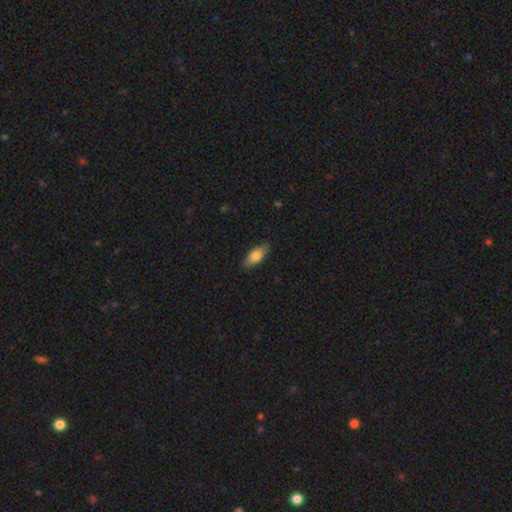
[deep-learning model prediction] A smooth galaxy with no disk features (78%) that is in between round and cigar-shaped (78%).

Vote fractions:
- Smooth or featured? smooth: 78% / featured or disk: 15% / star or artifact: 6%
- How rounded? in between: 78% / cigar-shaped: 19% / round: 3%
- Merging? none: 84% / minor disturbance: 13% / major disturbance: 2% / merger: 1%